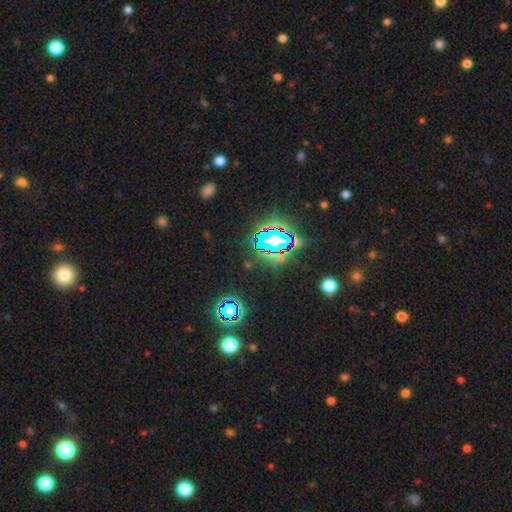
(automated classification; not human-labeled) A star or artifact, not a galaxy (82%).